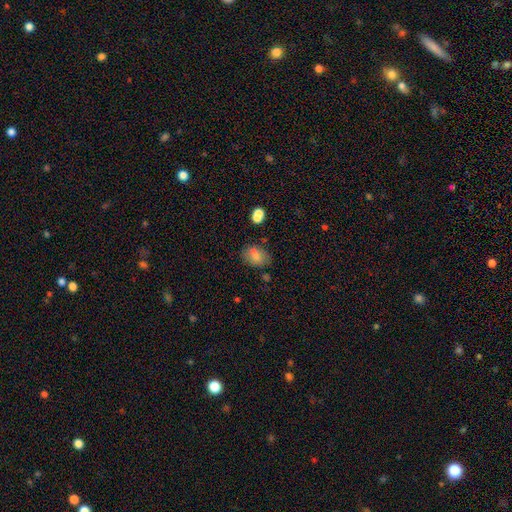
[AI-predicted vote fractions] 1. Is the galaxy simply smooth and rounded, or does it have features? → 79% smooth, 11% featured or disk, 10% star or artifact.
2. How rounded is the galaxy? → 76% in between, 23% round, 1% cigar-shaped.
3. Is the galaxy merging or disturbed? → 68% none, 21% minor disturbance, 6% major disturbance, 6% merger.